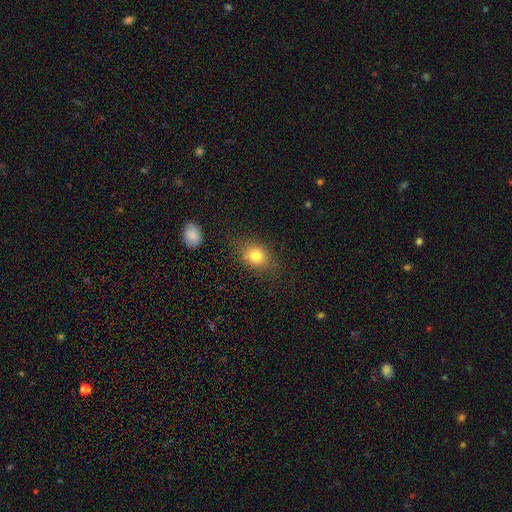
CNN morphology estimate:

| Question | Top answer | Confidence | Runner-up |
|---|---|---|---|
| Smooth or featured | smooth | 79% | star or artifact (12%) |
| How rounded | round | 54% | in between (45%) |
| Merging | none | 77% | minor disturbance (15%) |